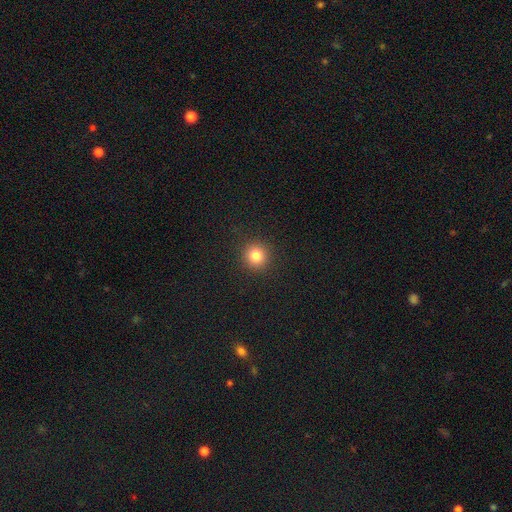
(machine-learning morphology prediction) smooth-or-featured: smooth: 81% | star or artifact: 13% | featured or disk: 6%
  how-rounded: round: 94% | in between: 5% | cigar-shaped: 1%
  merging: none: 92% | minor disturbance: 5% | major disturbance: 2% | merger: 1%